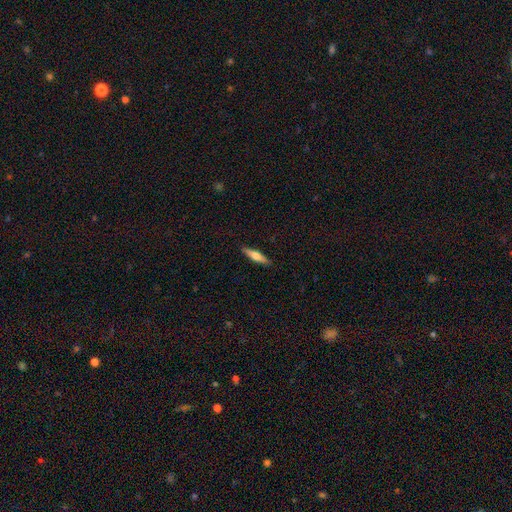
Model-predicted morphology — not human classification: type=featured or disk (48%); merging=none (90%).